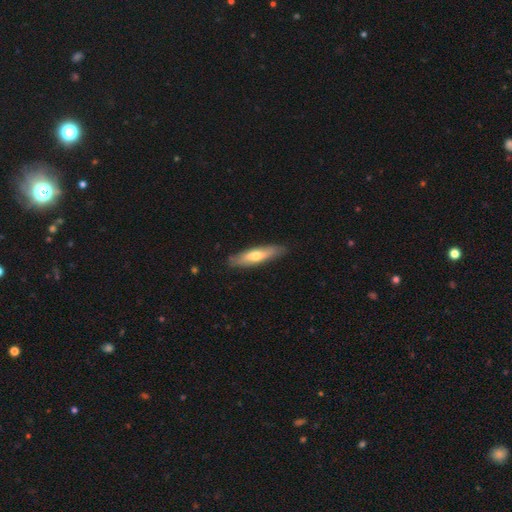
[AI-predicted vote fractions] A smooth galaxy with no disk features (57%) that is cigar-shaped (75%). Merging: none (86%).